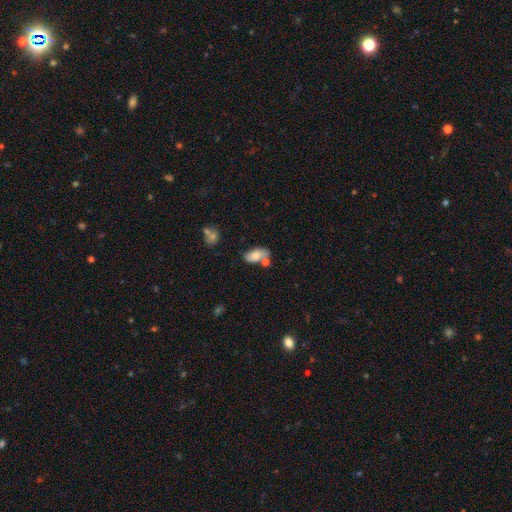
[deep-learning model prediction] smooth 76%, featured or disk 16%, star or artifact 8%. Down the decision tree: how rounded — in between (92%); merging — none (52%).